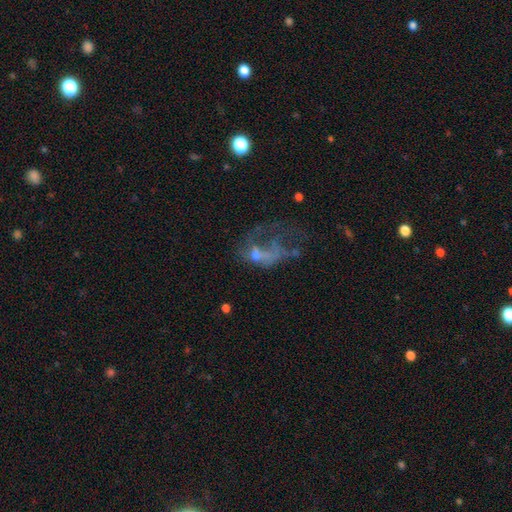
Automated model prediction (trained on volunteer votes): featured or disk 50%, smooth 27%, star or artifact 22%. Down the decision tree: edge-on disk — no (96%); merging — major disturbance (54%).